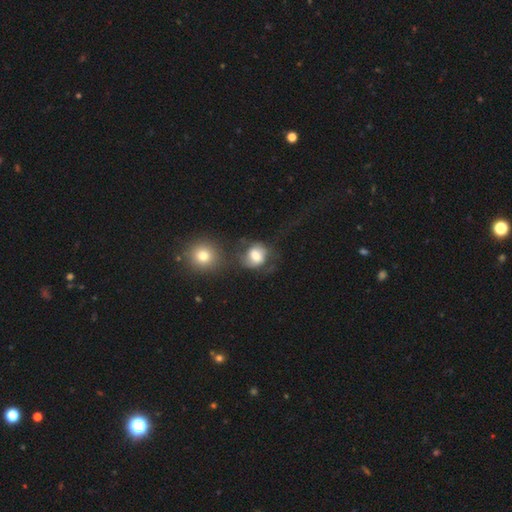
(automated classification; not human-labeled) A smooth galaxy with no disk features (56%) that is round (58%). Merging: none (38%).